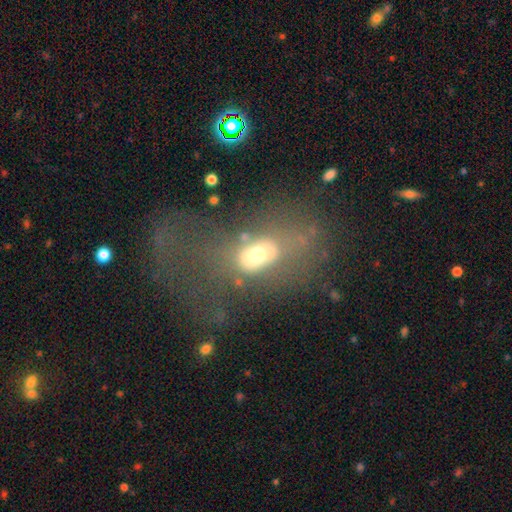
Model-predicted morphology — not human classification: This is possibly a smooth galaxy (51%). How rounded: likely in between (80%). Merging: marginally major disturbance (41%).